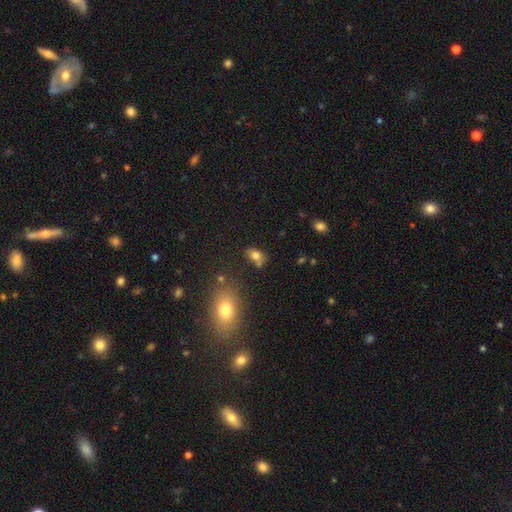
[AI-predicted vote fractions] This appears to be a smooth galaxy with no disk features (75%) that is in between round and cigar-shaped (81%). Merging: none (53%).